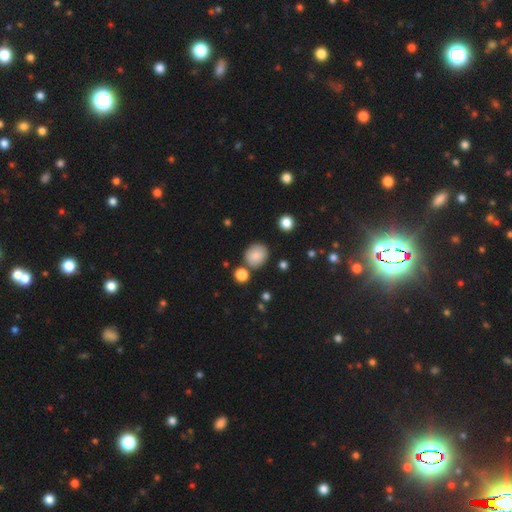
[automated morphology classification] Smooth or featured: smooth — 85% (star or artifact — 10%)
How rounded: round — 70% (in between — 29%)
Merging: none — 78% (minor disturbance — 12%)